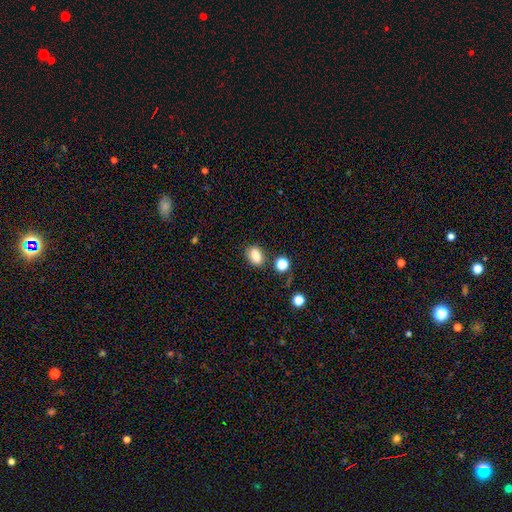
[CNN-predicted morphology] A smooth galaxy with no disk features (83%) that is in between round and cigar-shaped (78%).

Vote fractions:
- Smooth or featured? smooth: 83% / star or artifact: 10% / featured or disk: 7%
- How rounded? in between: 78% / round: 20% / cigar-shaped: 2%
- Merging? none: 77% / minor disturbance: 13% / merger: 6% / major disturbance: 4%